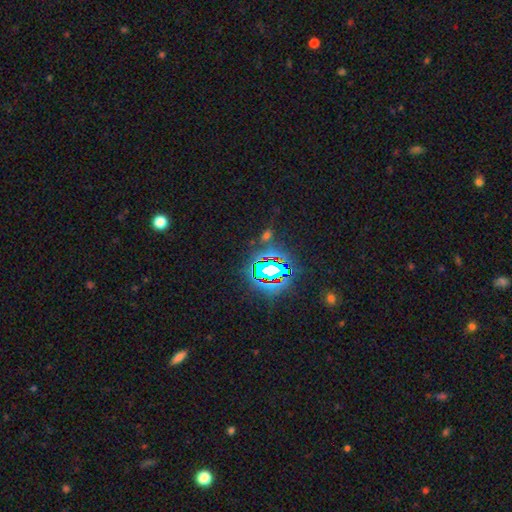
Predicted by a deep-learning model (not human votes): Smooth or featured? star or artifact (83%)